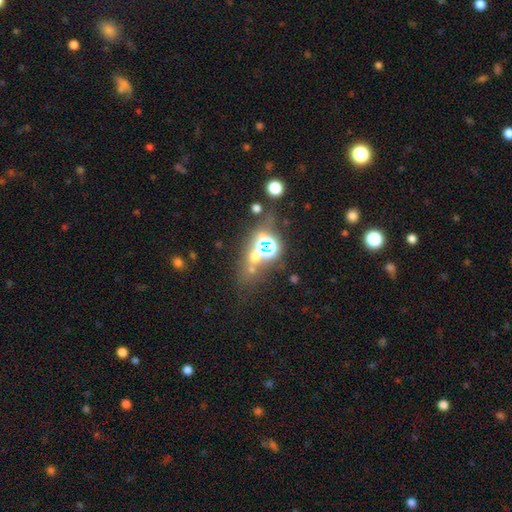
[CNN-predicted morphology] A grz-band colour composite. It shows a star or artifact, not a galaxy (48%).